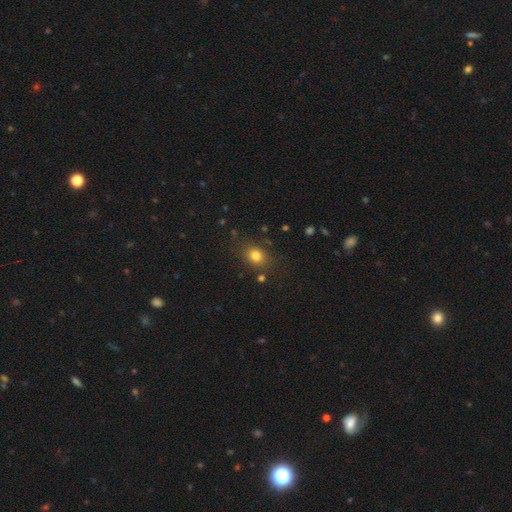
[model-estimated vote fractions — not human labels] smooth-or-featured: smooth: 79% | star or artifact: 13% | featured or disk: 8%
  how-rounded: round: 50% | in between: 48% | cigar-shaped: 1%
  merging: none: 80% | minor disturbance: 12% | major disturbance: 4% | merger: 3%